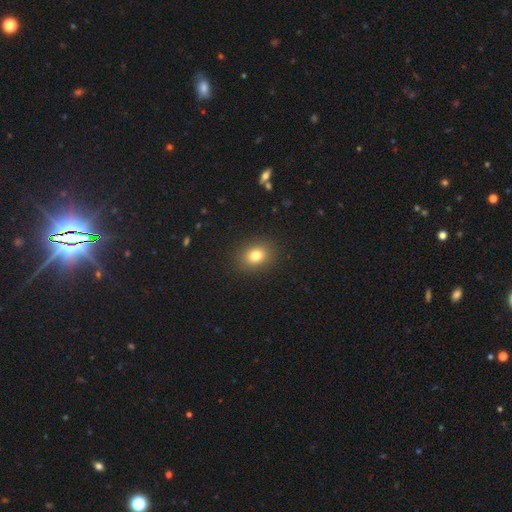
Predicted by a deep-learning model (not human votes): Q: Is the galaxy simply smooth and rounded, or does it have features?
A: smooth — 81%.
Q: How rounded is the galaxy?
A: in between — 50%.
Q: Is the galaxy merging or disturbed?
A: none — 89%.